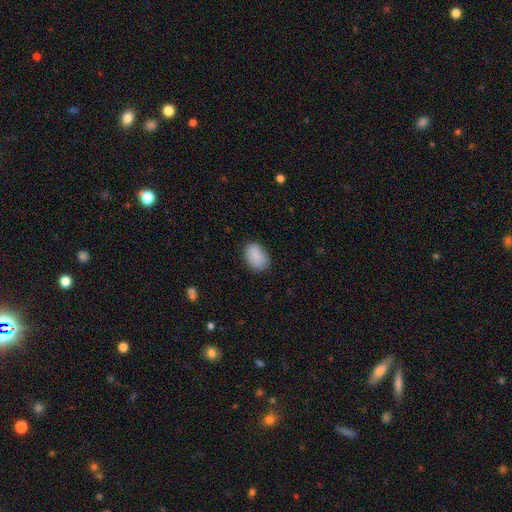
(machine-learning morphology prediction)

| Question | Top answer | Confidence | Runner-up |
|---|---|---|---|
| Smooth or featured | smooth | 88% | star or artifact (7%) |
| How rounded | in between | 81% | round (18%) |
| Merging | none | 81% | minor disturbance (15%) |